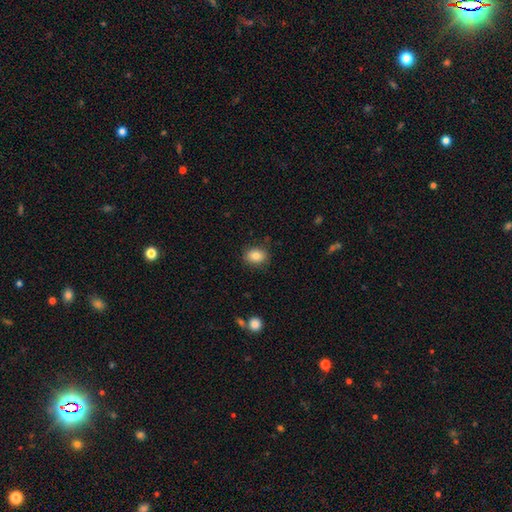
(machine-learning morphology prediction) Q: Smooth or featured?
A: smooth (83%); runner-up: star or artifact (9%)
Q: How rounded?
A: in between (55%); runner-up: round (44%)
Q: Merging?
A: none (86%); runner-up: minor disturbance (10%)